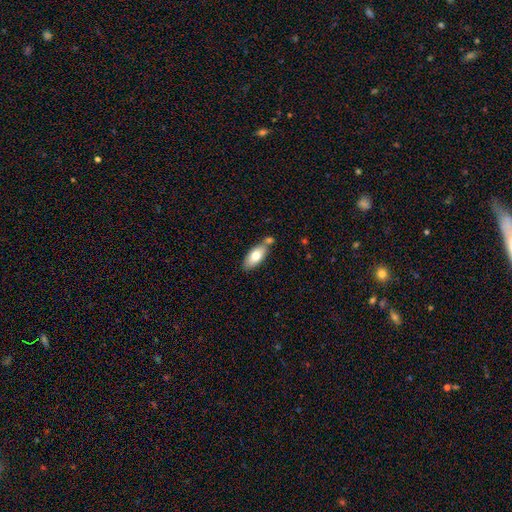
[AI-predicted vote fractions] The model was most divided on "merging": none: 62%, merger: 20%, minor disturbance: 15%, major disturbance: 3%. More confident: how rounded — in between (85%); smooth or featured — smooth (72%).